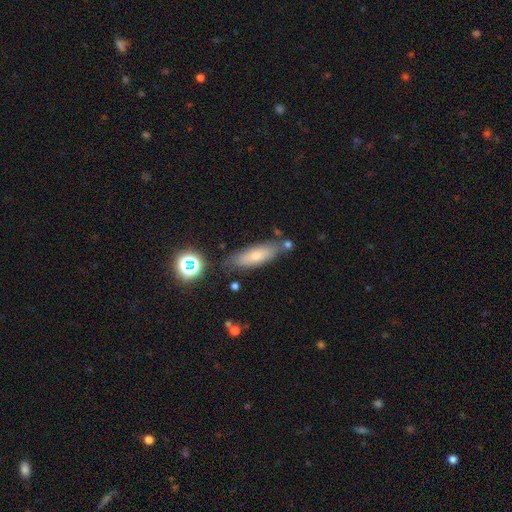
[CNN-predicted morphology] A smooth galaxy with no disk features (68%) that is cigar-shaped (53%).

Vote fractions:
- Smooth or featured? smooth: 68% / featured or disk: 22% / star or artifact: 10%
- How rounded? cigar-shaped: 53% / in between: 45% / round: 3%
- Merging? none: 72% / minor disturbance: 17% / merger: 7% / major disturbance: 4%